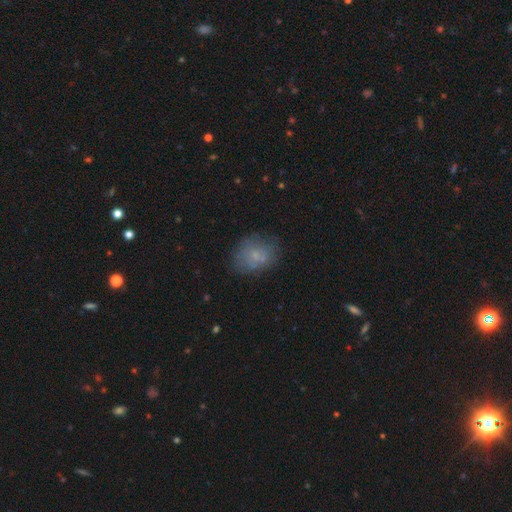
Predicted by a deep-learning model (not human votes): Smooth or featured?
  - smooth: 62% *
  - featured or disk: 25%
  - star or artifact: 13%
How rounded?
  - in between: 51% *
  - round: 47%
  - cigar-shaped: 1%
Merging?
  - none: 62% *
  - minor disturbance: 20%
  - major disturbance: 9%
  - merger: 9%